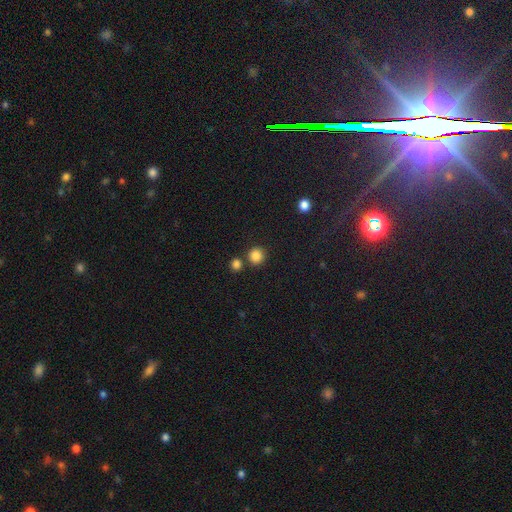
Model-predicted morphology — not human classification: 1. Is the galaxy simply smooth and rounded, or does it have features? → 85% smooth, 11% star or artifact, 4% featured or disk.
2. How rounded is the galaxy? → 92% round, 7% in between, 1% cigar-shaped.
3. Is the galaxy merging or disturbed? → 79% none, 12% merger, 7% minor disturbance, 3% major disturbance.